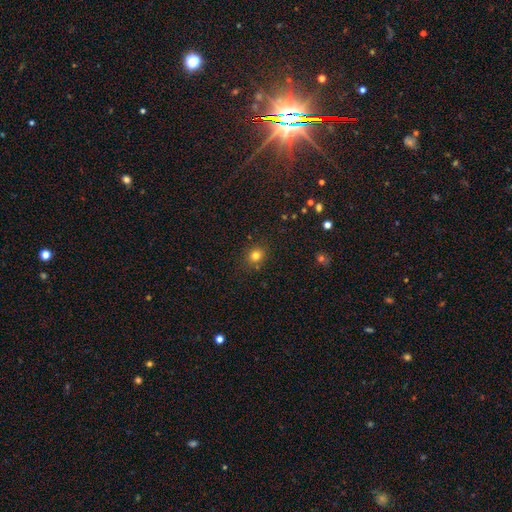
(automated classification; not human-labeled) A smooth galaxy with no disk features (79%) that is round (79%).

Vote fractions:
- Smooth or featured? smooth: 79% / star or artifact: 14% / featured or disk: 6%
- How rounded? round: 79% / in between: 20% / cigar-shaped: 1%
- Merging? none: 85% / minor disturbance: 9% / major disturbance: 3% / merger: 3%